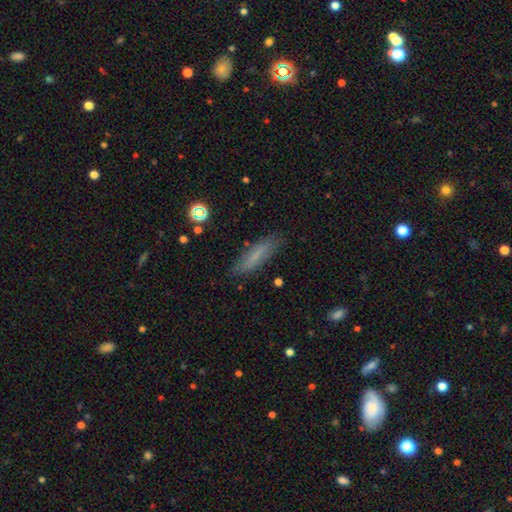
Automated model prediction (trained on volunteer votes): Smooth or featured? smooth (73%)
How rounded? cigar-shaped (72%)
Merging? none (83%)